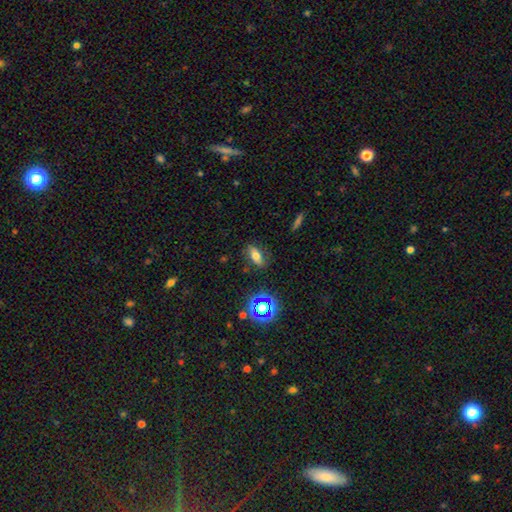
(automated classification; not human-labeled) This is likely a smooth galaxy (63%). How rounded: likely in between (73%). Merging: clearly none (82%).